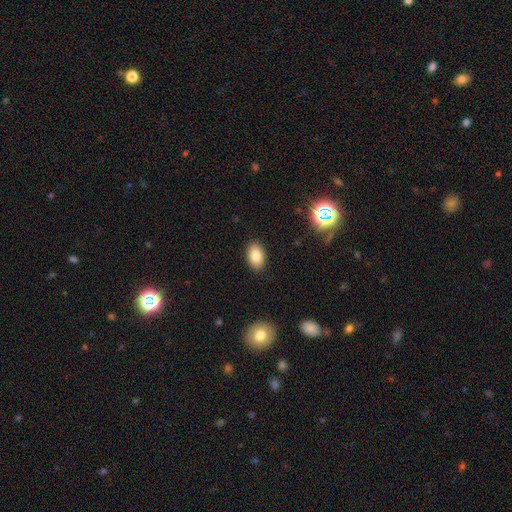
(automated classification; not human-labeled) This appears to be a smooth galaxy with no disk features (84%) that is in between round and cigar-shaped (91%). Merging: none (89%).